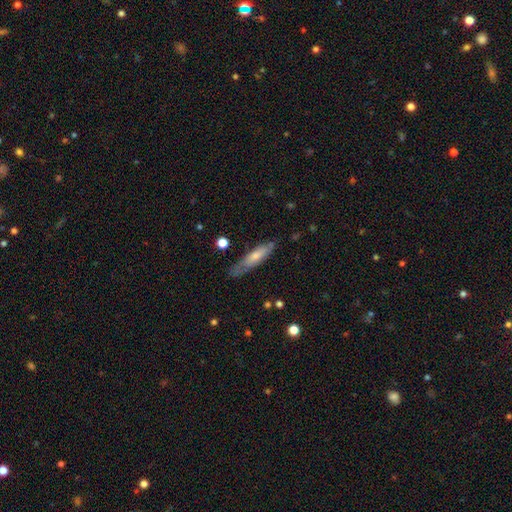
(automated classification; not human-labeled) Smooth or featured?
  - smooth: 49% *
  - featured or disk: 44%
  - star or artifact: 7%
Merging?
  - none: 68% *
  - minor disturbance: 23%
  - major disturbance: 7%
  - merger: 2%